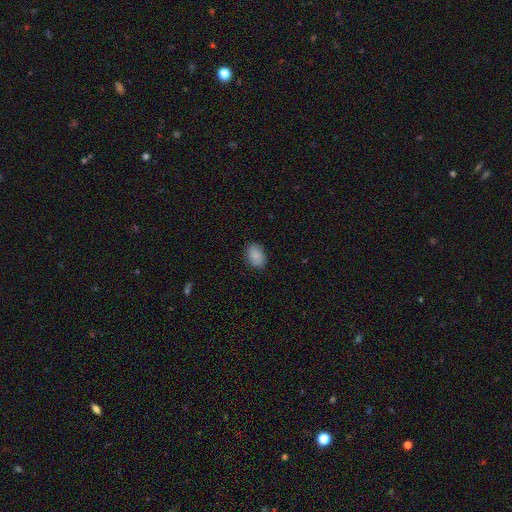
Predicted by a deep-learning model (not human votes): Morphology: type=smooth (89%); roundness=in between (84%); merging=none (87%).